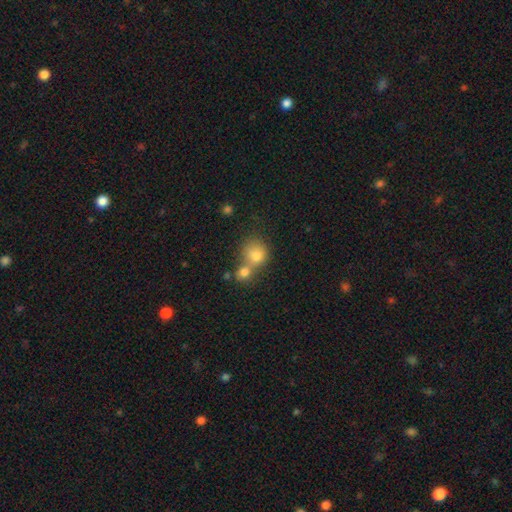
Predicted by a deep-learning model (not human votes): smooth 78%, star or artifact 12%, featured or disk 11%. Down the decision tree: how rounded — round (77%); merging — merger (52%).